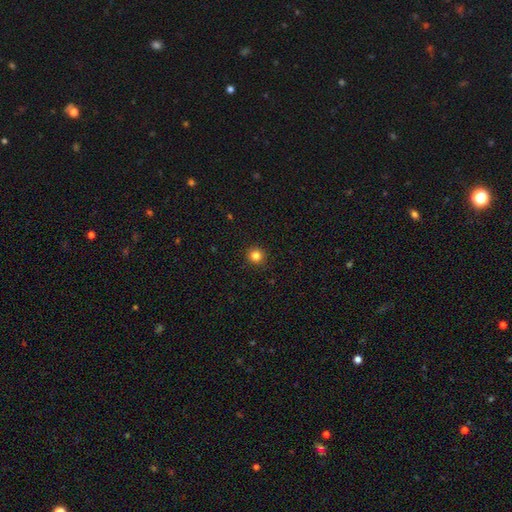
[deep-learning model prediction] Smooth or featured?
  - smooth: 83% *
  - star or artifact: 13%
  - featured or disk: 4%
How rounded?
  - round: 94% *
  - in between: 5%
  - cigar-shaped: 1%
Merging?
  - none: 93% *
  - minor disturbance: 5%
  - major disturbance: 2%
  - merger: 1%